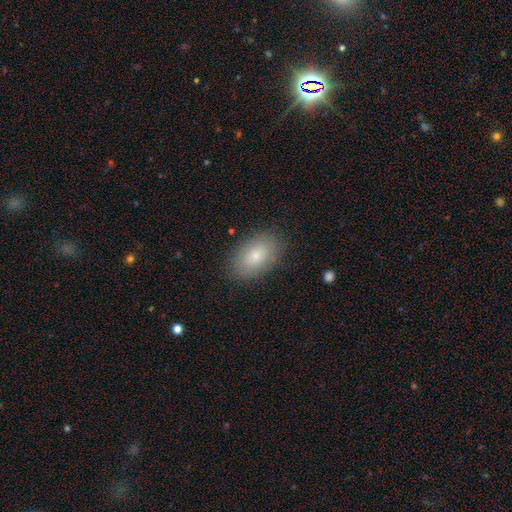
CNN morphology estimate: Overall: smooth (78%). How rounded: in between (90%). Merging: none (85%).